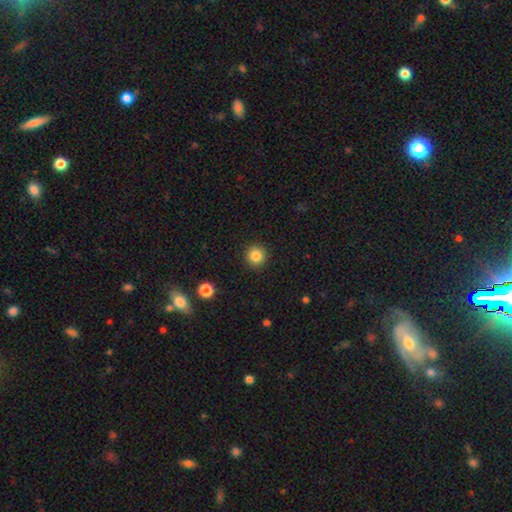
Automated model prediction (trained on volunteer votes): A smooth galaxy with no disk features (85%) that is round (94%). Merging: none (92%).